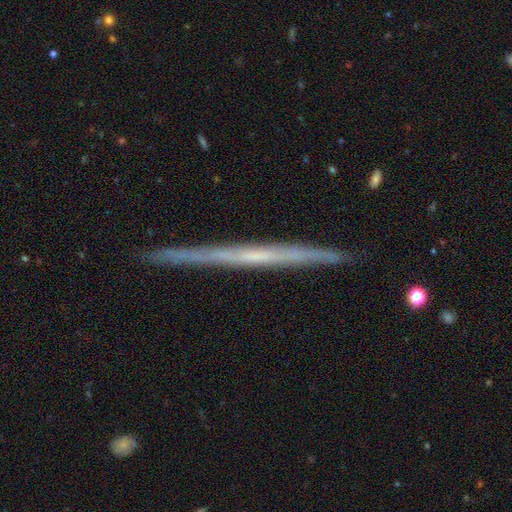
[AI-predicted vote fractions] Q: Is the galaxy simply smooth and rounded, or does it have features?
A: featured or disk — 69%.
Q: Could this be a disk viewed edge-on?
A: yes — 98%.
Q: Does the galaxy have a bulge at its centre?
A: none — 84%.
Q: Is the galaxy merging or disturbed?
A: none — 91%.